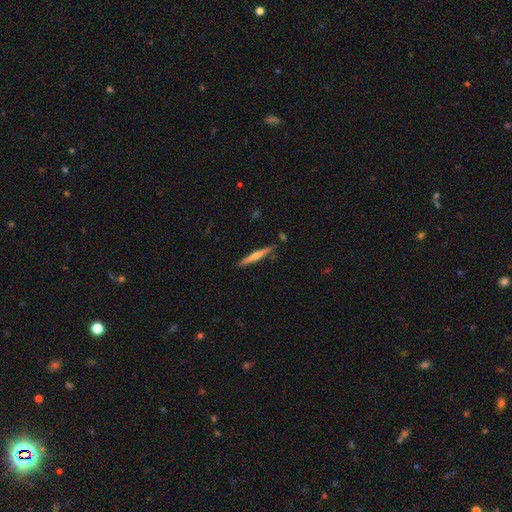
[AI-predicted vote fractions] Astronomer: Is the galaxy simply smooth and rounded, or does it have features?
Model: featured or disk — 63%.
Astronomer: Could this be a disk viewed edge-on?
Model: yes — 97%.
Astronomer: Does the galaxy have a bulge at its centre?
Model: rounded — 82%.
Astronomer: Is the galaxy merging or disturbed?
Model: none — 88%.